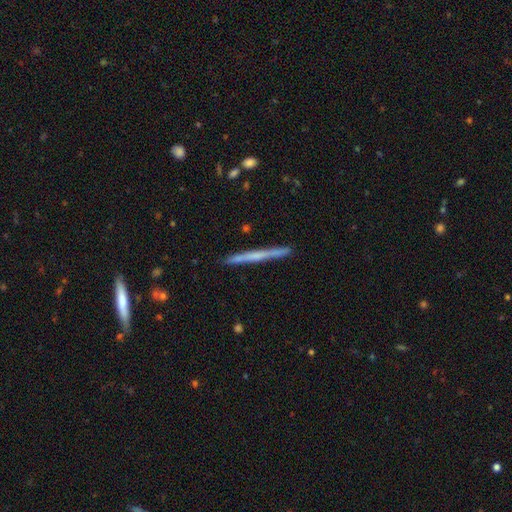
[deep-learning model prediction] Smooth or featured?
  - featured or disk: 54% *
  - smooth: 40%
  - star or artifact: 6%
Edge-on disk?
  - yes: 97% *
  - no: 3%
Edge-on bulge?
  - none: 76% *
  - rounded: 18%
  - boxy: 6%
Merging?
  - none: 90% *
  - minor disturbance: 7%
  - merger: 1%
  - major disturbance: 1%